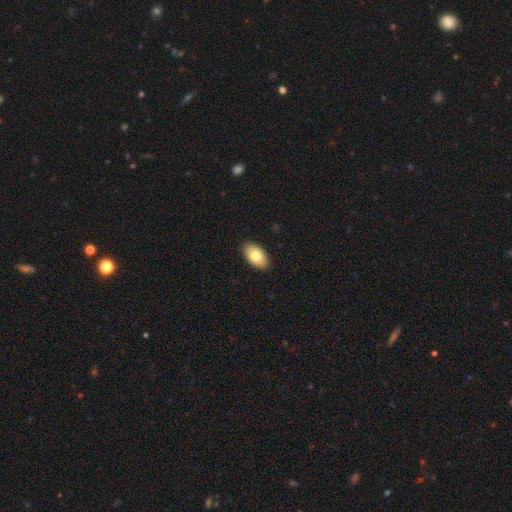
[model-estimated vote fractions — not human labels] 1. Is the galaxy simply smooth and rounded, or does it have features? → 77% smooth, 16% featured or disk, 6% star or artifact.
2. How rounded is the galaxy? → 94% in between, 5% round, 2% cigar-shaped.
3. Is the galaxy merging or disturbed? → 89% none, 8% minor disturbance, 2% major disturbance, 1% merger.